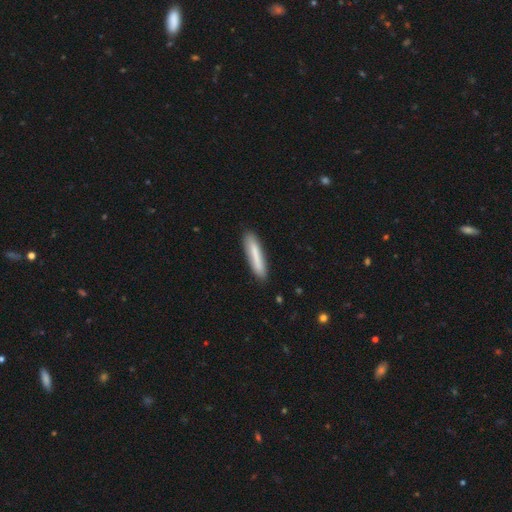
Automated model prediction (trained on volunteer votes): Q: Smooth or featured?
A: smooth (76%); runner-up: featured or disk (18%)
Q: How rounded?
A: cigar-shaped (88%); runner-up: in between (11%)
Q: Merging?
A: none (84%); runner-up: minor disturbance (12%)